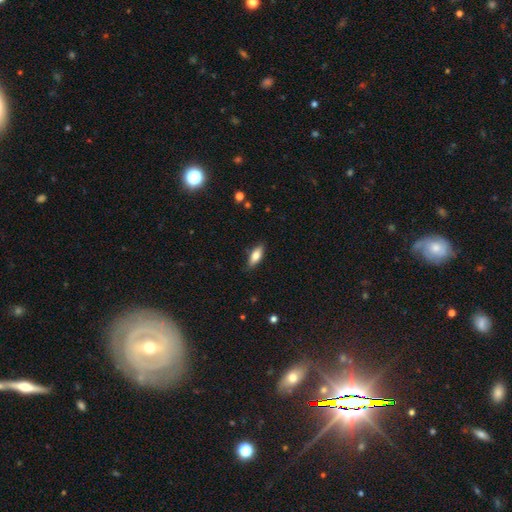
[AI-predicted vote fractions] Smooth or featured? smooth (74%)
How rounded? in between (71%)
Merging? none (85%)